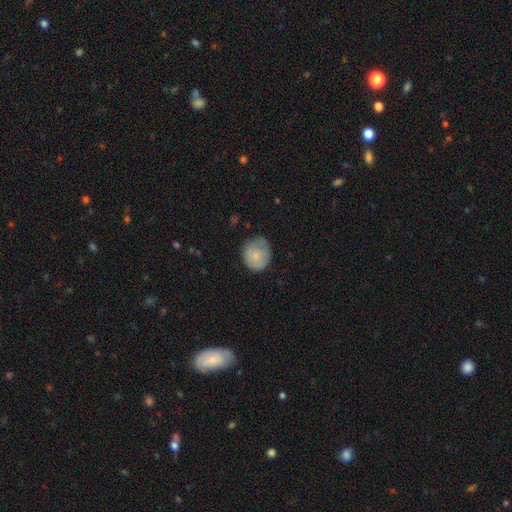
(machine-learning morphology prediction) Q: Smooth or featured?
A: smooth (76%); runner-up: featured or disk (17%)
Q: How rounded?
A: round (64%); runner-up: in between (35%)
Q: Merging?
A: none (56%); runner-up: minor disturbance (33%)